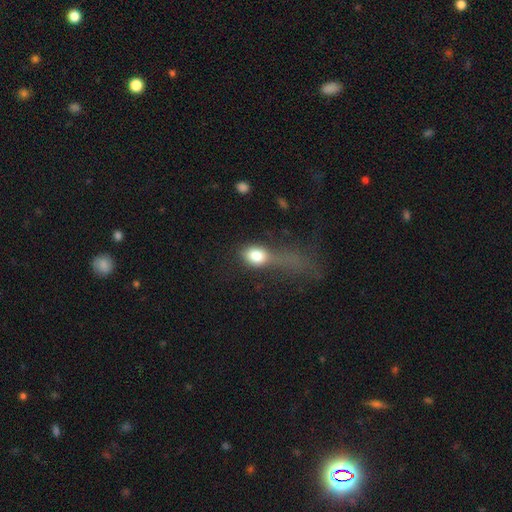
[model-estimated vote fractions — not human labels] Smooth or featured: smooth — 78% (featured or disk — 12%)
How rounded: in between — 58% (round — 38%)
Merging: major disturbance — 48% (none — 23%)